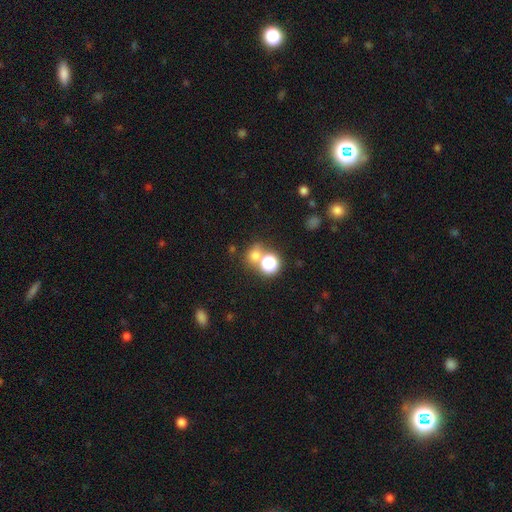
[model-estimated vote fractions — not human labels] Smooth or featured? smooth (67%)
How rounded? round (78%)
Merging? none (57%)